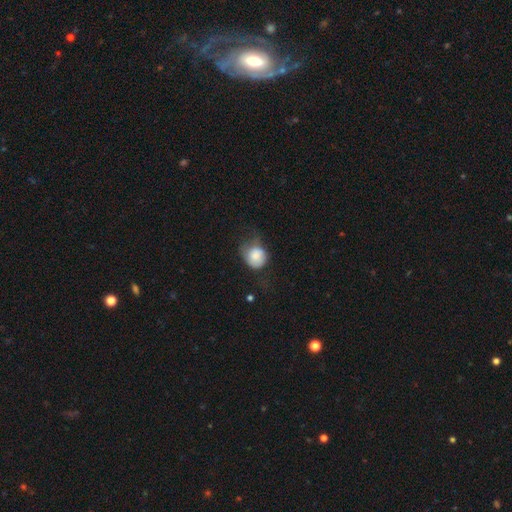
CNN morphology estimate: Overall: smooth (79%). How rounded: round (65%; in between 34%). Merging: minor disturbance (38%; none 31%).